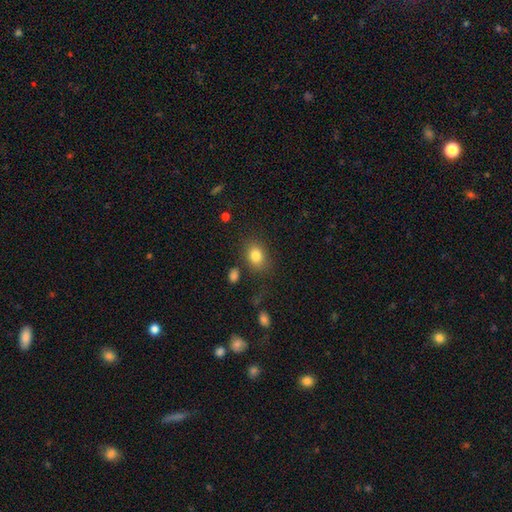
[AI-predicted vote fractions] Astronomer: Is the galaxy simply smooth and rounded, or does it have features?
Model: smooth — 82%.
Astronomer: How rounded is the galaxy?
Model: in between — 61% (runner-up: round, 38%).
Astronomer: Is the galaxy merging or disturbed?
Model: none — 77%.